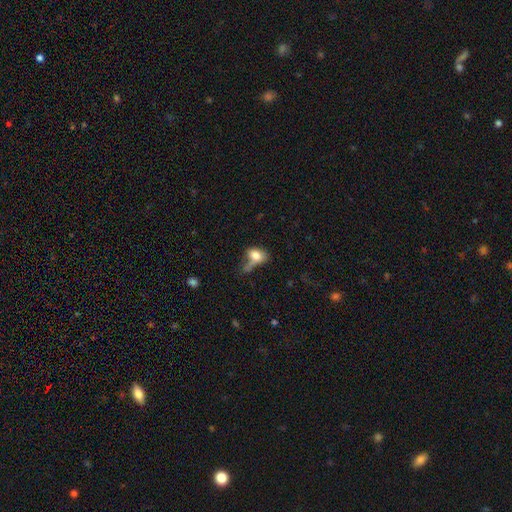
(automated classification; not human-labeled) Q: Smooth or featured?
A: smooth (76%); runner-up: featured or disk (15%)
Q: How rounded?
A: in between (80%); runner-up: round (17%)
Q: Merging?
A: none (30%); runner-up: merger (25%)